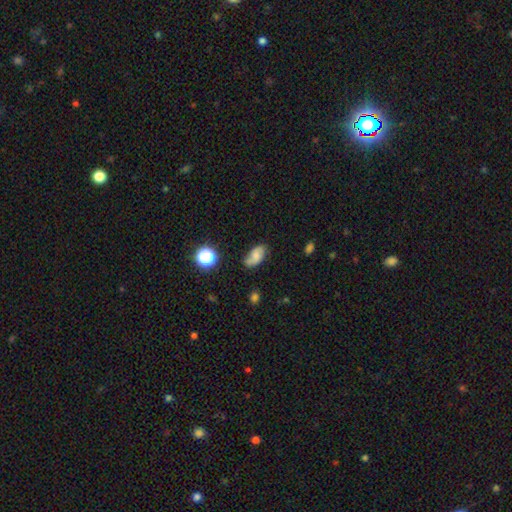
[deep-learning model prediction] This appears to be a smooth galaxy with no disk features (52%) that is in between round and cigar-shaped (89%). Merging: none (66%).